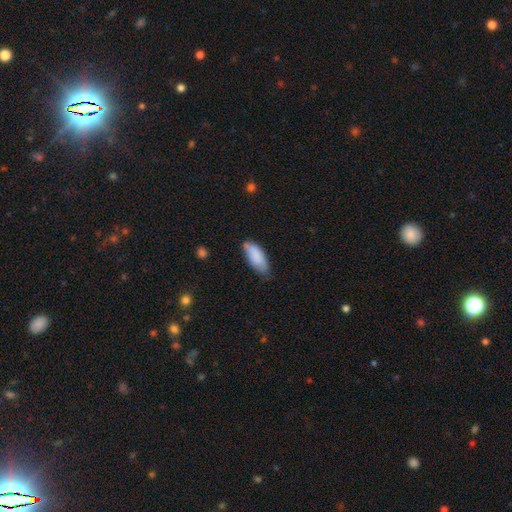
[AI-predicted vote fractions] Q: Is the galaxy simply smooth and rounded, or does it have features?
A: smooth — 86%.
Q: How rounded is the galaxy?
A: in between — 79%.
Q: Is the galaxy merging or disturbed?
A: none — 65%.